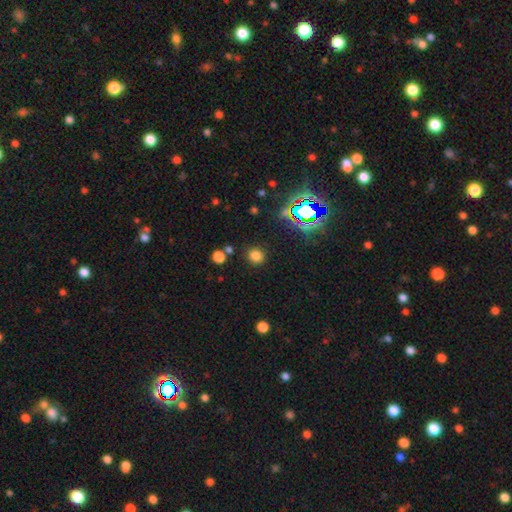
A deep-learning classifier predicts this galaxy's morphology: Smooth or featured?
  - smooth: 75% *
  - star or artifact: 20%
  - featured or disk: 5%
How rounded?
  - round: 84% *
  - in between: 15%
  - cigar-shaped: 1%
Merging?
  - none: 85% *
  - minor disturbance: 7%
  - merger: 4%
  - major disturbance: 3%